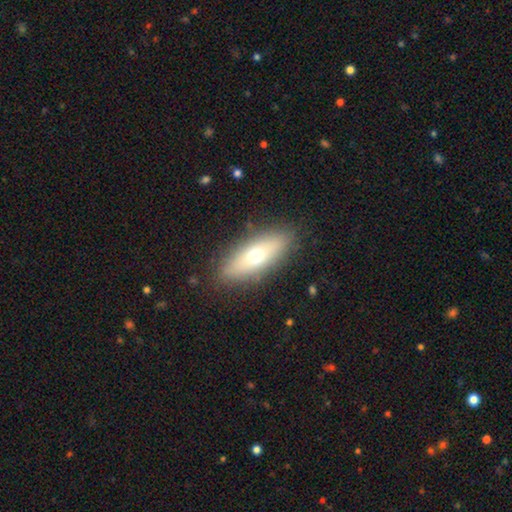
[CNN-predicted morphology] Smooth or featured?
  - smooth: 60% *
  - featured or disk: 32%
  - star or artifact: 8%
How rounded?
  - in between: 65% *
  - cigar-shaped: 32%
  - round: 3%
Merging?
  - none: 87% *
  - minor disturbance: 9%
  - major disturbance: 3%
  - merger: 1%